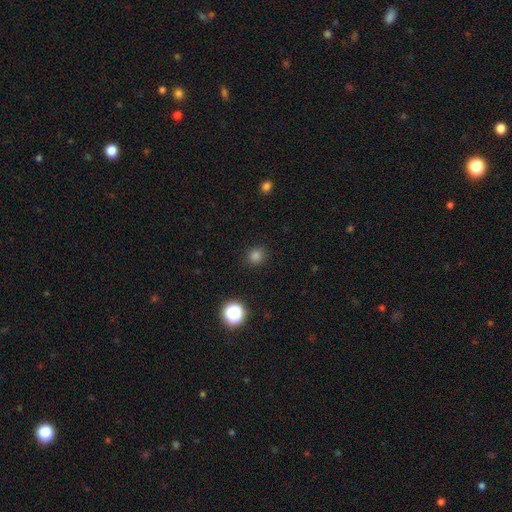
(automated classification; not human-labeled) smooth_or_featured: smooth (p=0.80) [alt: star or artifact p=0.16]
how_rounded: round (p=0.87) [alt: in between p=0.12]
merging: none (p=0.90) [alt: minor disturbance p=0.07]